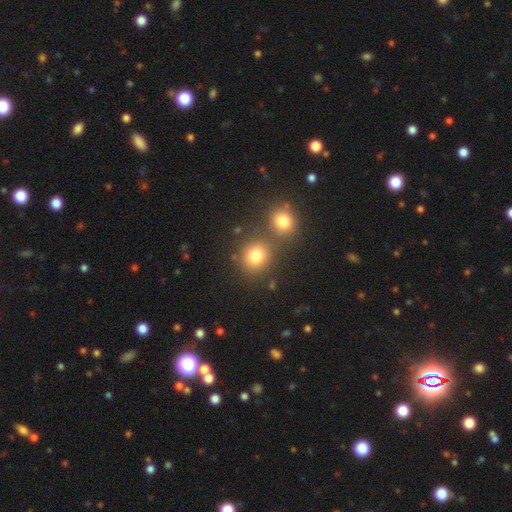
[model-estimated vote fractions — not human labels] smooth 78%, star or artifact 14%, featured or disk 8%. Down the decision tree: how rounded — round (84%); merging — none (63%).